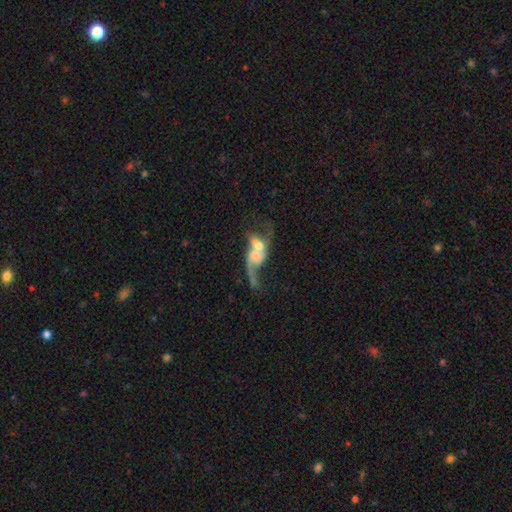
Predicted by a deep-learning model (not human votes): Q: Smooth or featured?
A: featured or disk (67%); runner-up: smooth (25%)
Q: Edge-on disk?
A: no (95%); runner-up: yes (5%)
Q: Bar?
A: no (66%); runner-up: weak (25%)
Q: Spiral arms?
A: yes (74%); runner-up: no (26%)
Q: Bulge size?
A: moderate (37%); runner-up: small (27%)
Q: Merging?
A: merger (71%); runner-up: major disturbance (13%)